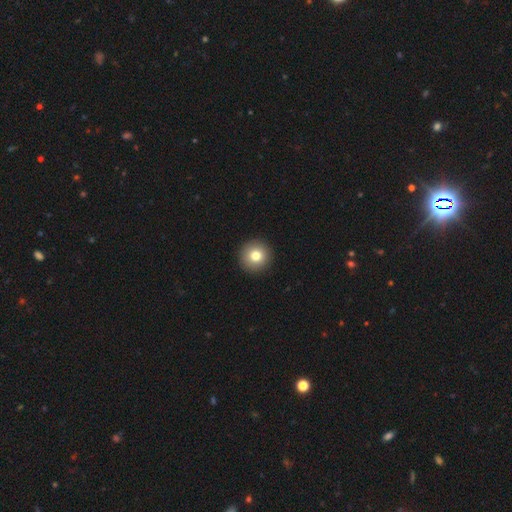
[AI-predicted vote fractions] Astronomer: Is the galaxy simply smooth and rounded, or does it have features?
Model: smooth — 79%.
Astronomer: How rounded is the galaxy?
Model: round — 96%.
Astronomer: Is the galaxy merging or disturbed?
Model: none — 94%.